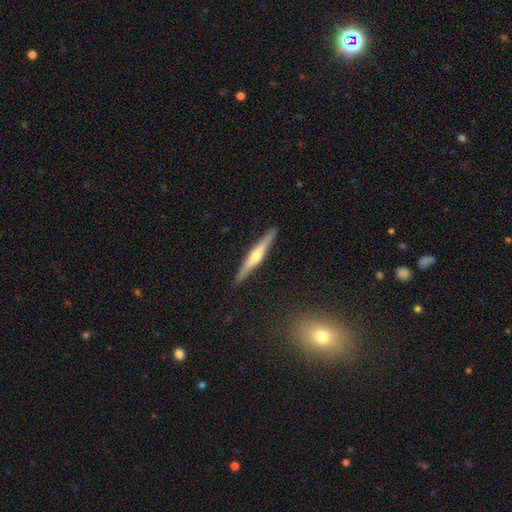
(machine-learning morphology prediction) featured or disk 68%, smooth 26%, star or artifact 6%. Down the decision tree: edge-on disk — yes (97%); edge-on bulge — rounded (86%); merging — none (90%).